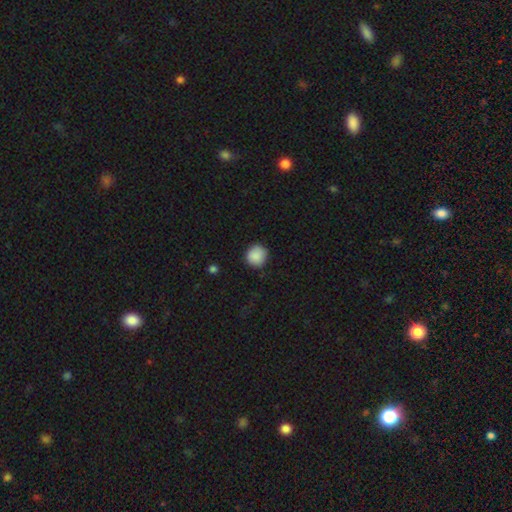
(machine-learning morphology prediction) Smooth or featured? smooth (88%)
How rounded? round (91%)
Merging? none (86%)